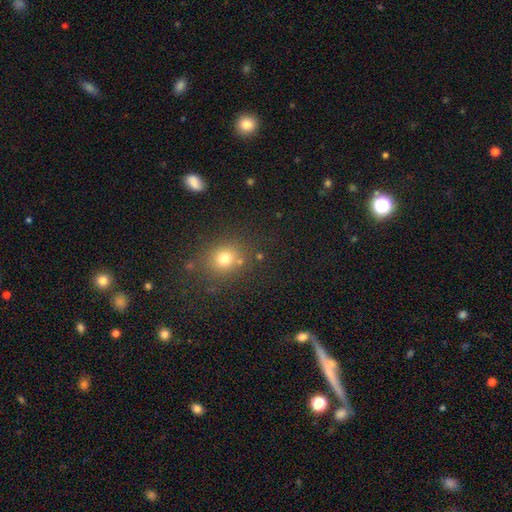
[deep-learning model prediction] smooth 61%, star or artifact 27%, featured or disk 12%. Down the decision tree: how rounded — round (80%); merging — none (82%).